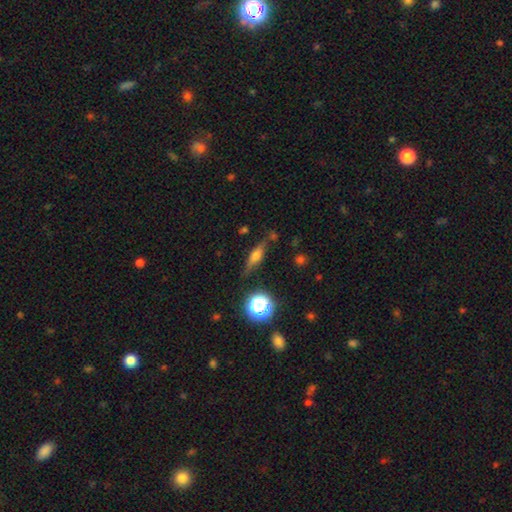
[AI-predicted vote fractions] Smooth or featured? Predicted: featured or disk (p=0.47). Merging? Predicted: none (p=0.78).